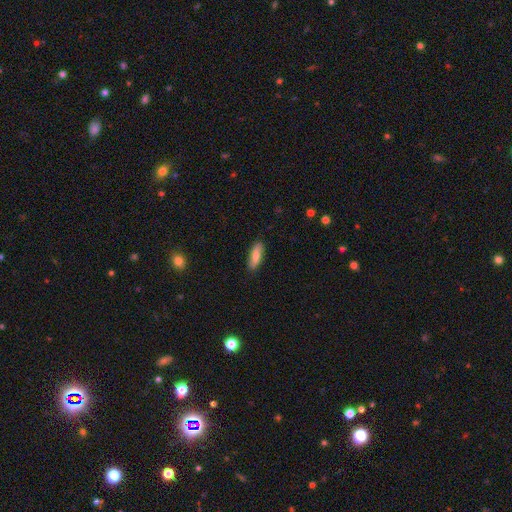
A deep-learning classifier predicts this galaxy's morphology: type=smooth (73%); roundness=cigar-shaped (50%); merging=none (87%).